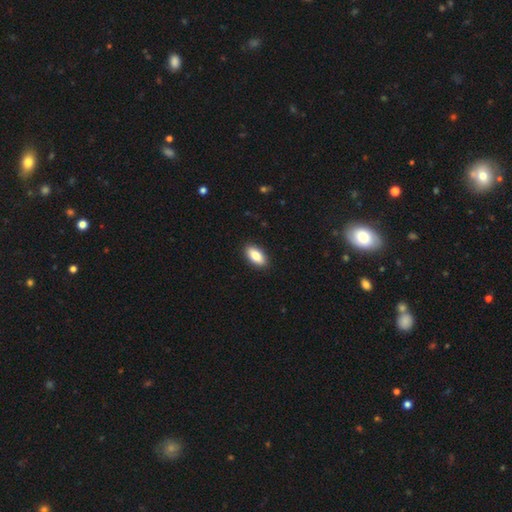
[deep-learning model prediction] The model was most divided on "smooth or featured": smooth: 84%, featured or disk: 10%, star or artifact: 6%. More confident: merging — none (90%); how rounded — in between (90%).